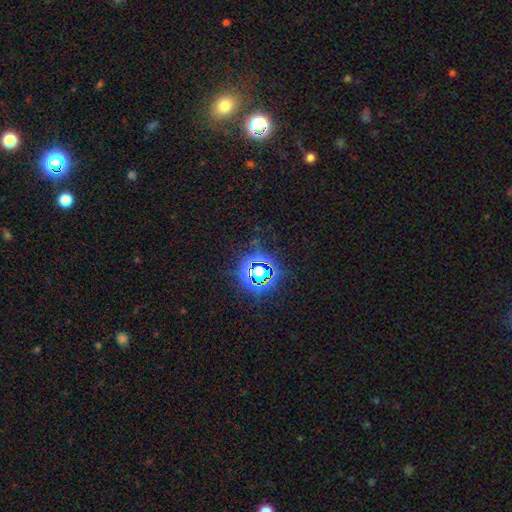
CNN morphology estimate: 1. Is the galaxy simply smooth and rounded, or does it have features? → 79% star or artifact, 14% smooth, 7% featured or disk.